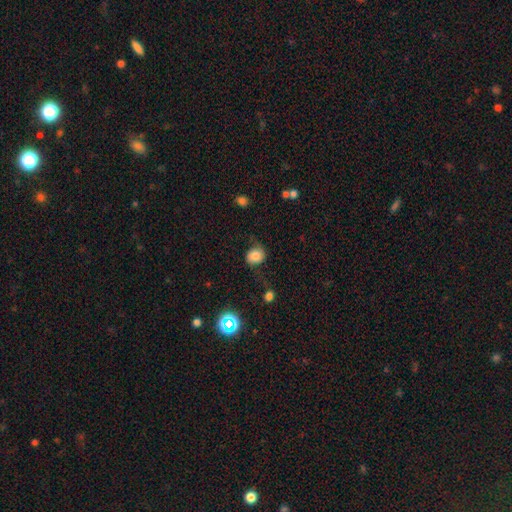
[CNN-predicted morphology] Smooth or featured? smooth (66%)
How rounded? round (72%)
Merging? none (59%)